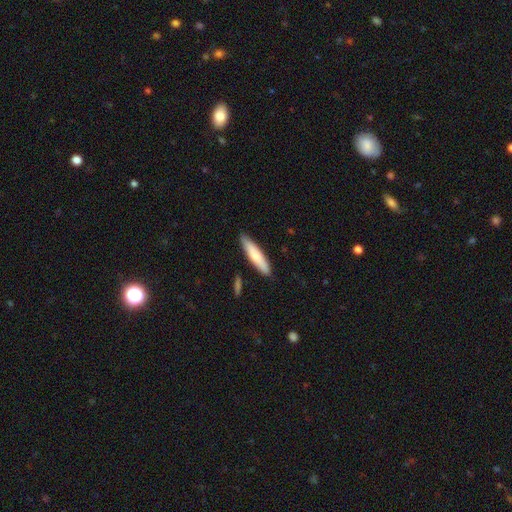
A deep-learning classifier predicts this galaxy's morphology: The model was most divided on "smooth or featured": smooth: 72%, featured or disk: 22%, star or artifact: 5%. More confident: merging — none (87%); how rounded — cigar-shaped (78%).